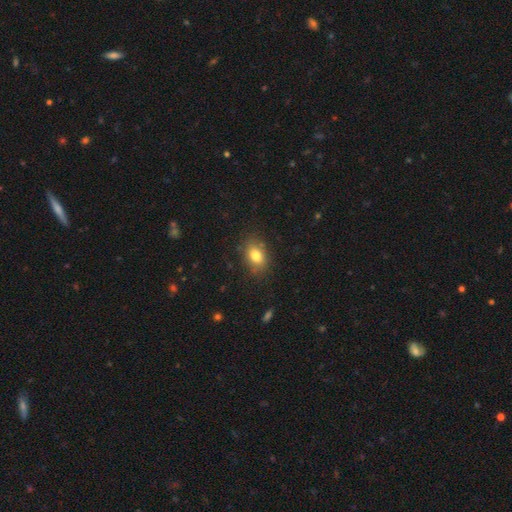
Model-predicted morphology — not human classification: Smooth or featured? smooth (81%)
How rounded? in between (78%)
Merging? none (80%)